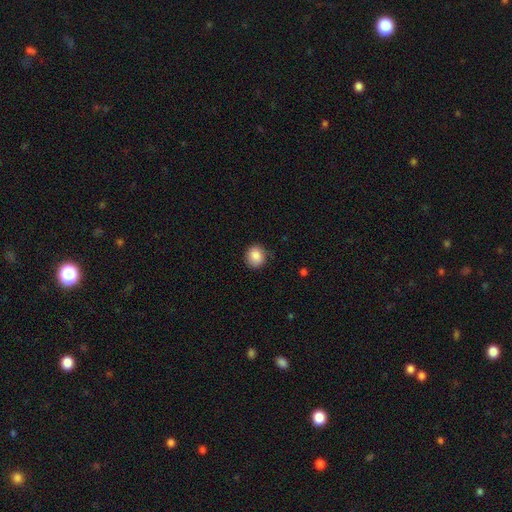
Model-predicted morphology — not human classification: smooth_or_featured: smooth (p=0.86) [alt: star or artifact p=0.08]
how_rounded: round (p=0.82) [alt: in between p=0.17]
merging: none (p=0.79) [alt: minor disturbance p=0.16]